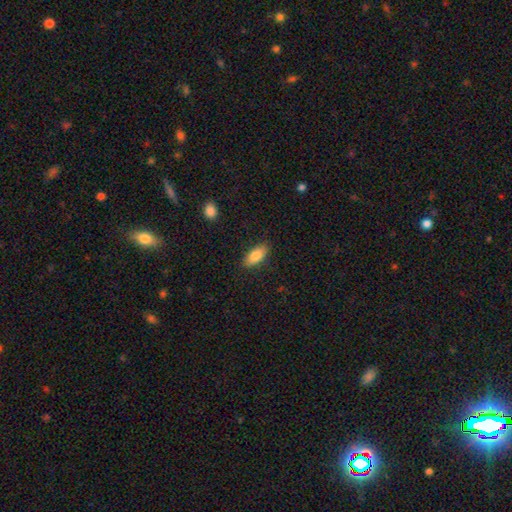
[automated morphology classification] Smooth or featured? smooth (83%)
How rounded? in between (85%)
Merging? none (87%)